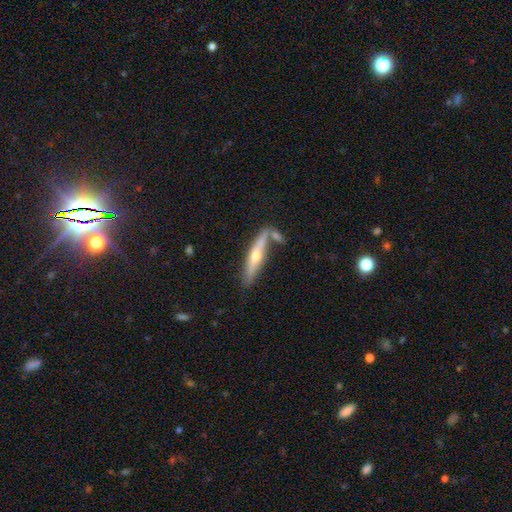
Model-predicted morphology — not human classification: type=featured or disk (58%); edge-on=yes (91%); edge-on bulge=rounded (90%); merging=none (62%).